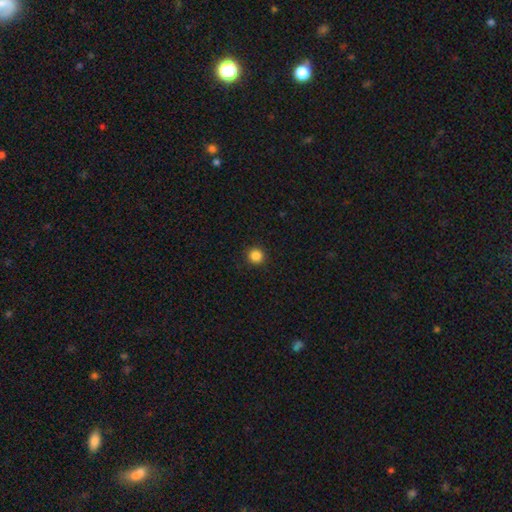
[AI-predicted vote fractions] Smooth or featured?
  - smooth: 86% *
  - star or artifact: 11%
  - featured or disk: 3%
How rounded?
  - round: 95% *
  - in between: 4%
  - cigar-shaped: 1%
Merging?
  - none: 93% *
  - minor disturbance: 5%
  - major disturbance: 2%
  - merger: 1%